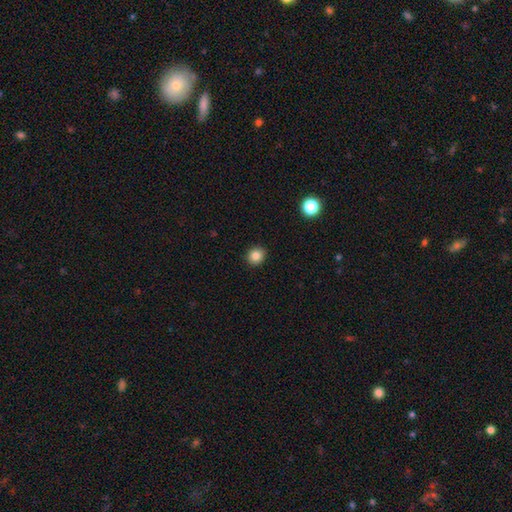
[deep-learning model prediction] smooth_or_featured: smooth (p=0.84) [alt: star or artifact p=0.11]
how_rounded: round (p=0.76) [alt: in between p=0.23]
merging: none (p=0.91) [alt: minor disturbance p=0.06]